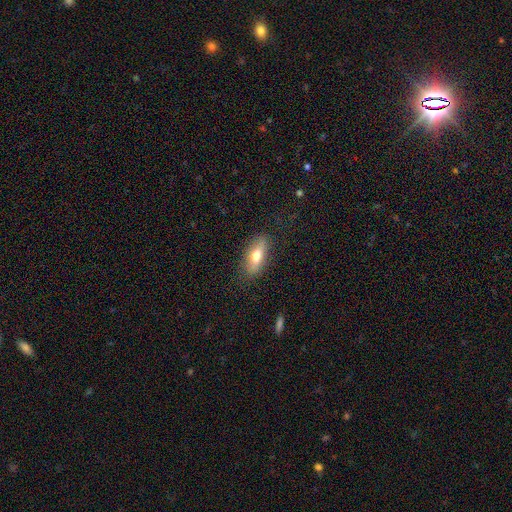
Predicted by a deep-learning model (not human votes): The model was most divided on "smooth or featured": smooth: 64%, featured or disk: 29%, star or artifact: 7%. More confident: merging — none (84%); how rounded — in between (67%).